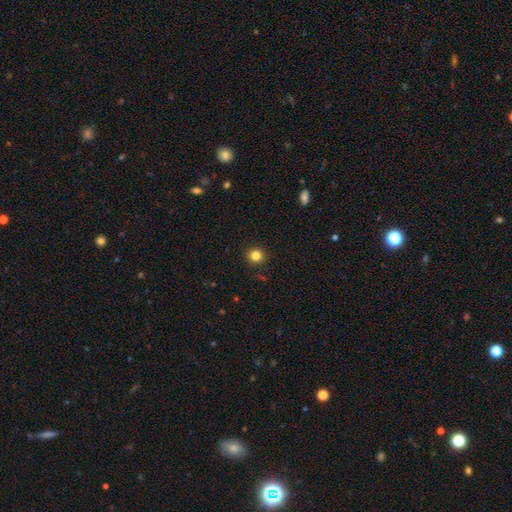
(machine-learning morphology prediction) smooth 83%, star or artifact 12%, featured or disk 5%. Down the decision tree: how rounded — round (93%); merging — none (92%).